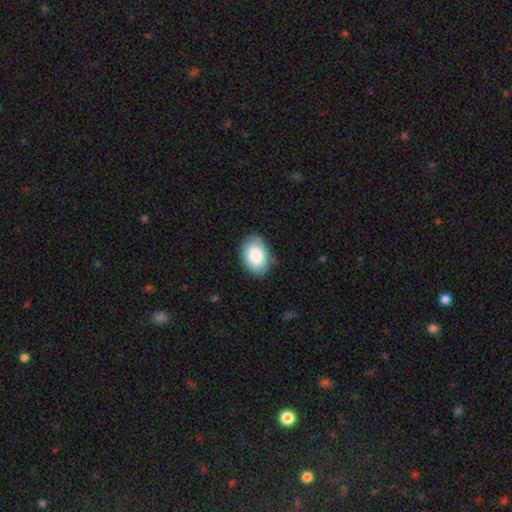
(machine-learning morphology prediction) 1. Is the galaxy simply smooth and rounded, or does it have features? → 86% smooth, 7% featured or disk, 7% star or artifact.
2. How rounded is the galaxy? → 85% in between, 14% round, 1% cigar-shaped.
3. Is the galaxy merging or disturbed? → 82% none, 14% minor disturbance, 3% major disturbance, 1% merger.